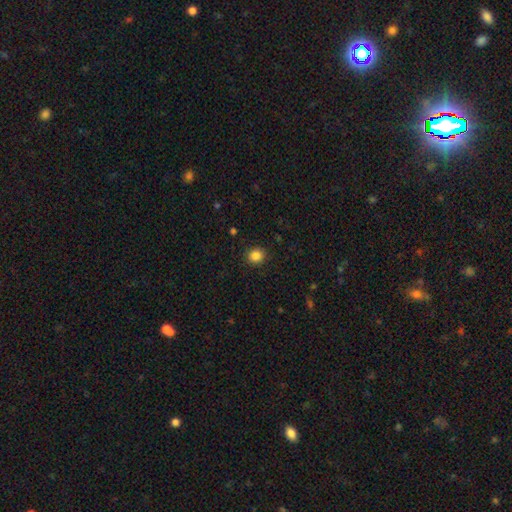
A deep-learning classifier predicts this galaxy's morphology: This appears to be a smooth galaxy with no disk features (85%) that is round (82%). Merging: none (91%).